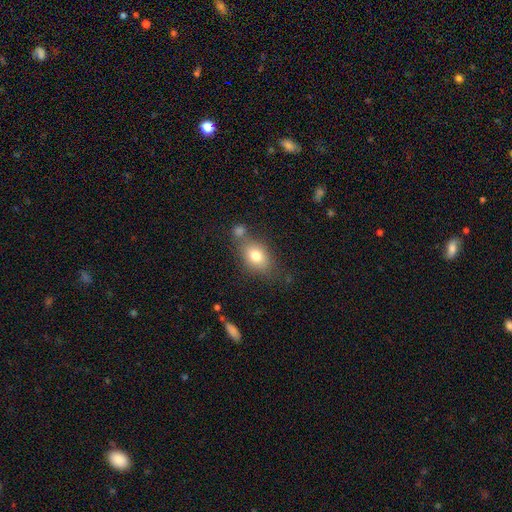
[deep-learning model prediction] Smooth or featured: smooth — 77% (featured or disk — 14%)
How rounded: in between — 72% (round — 26%)
Merging: none — 55% (merger — 23%)